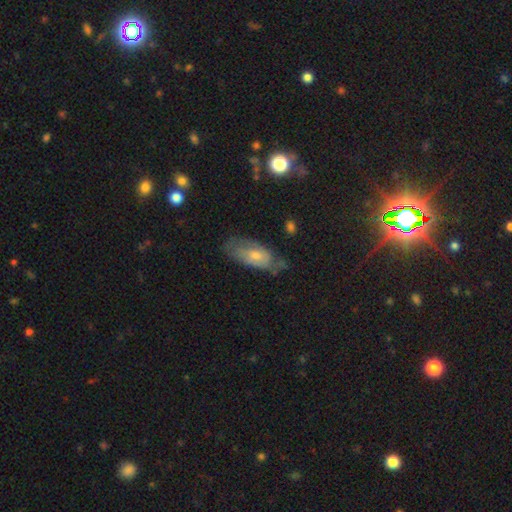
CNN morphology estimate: Smooth or featured: smooth — 46% (featured or disk — 45%)
Merging: none — 55% (minor disturbance — 31%)